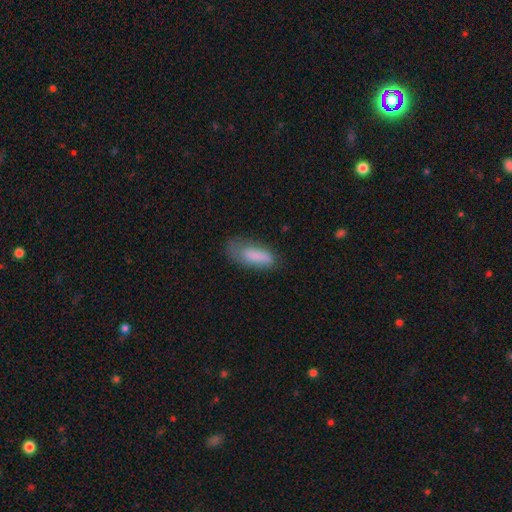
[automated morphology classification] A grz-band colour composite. It shows a smooth galaxy with no disk features (79%) that is in between round and cigar-shaped (69%). Merging: none (48%).